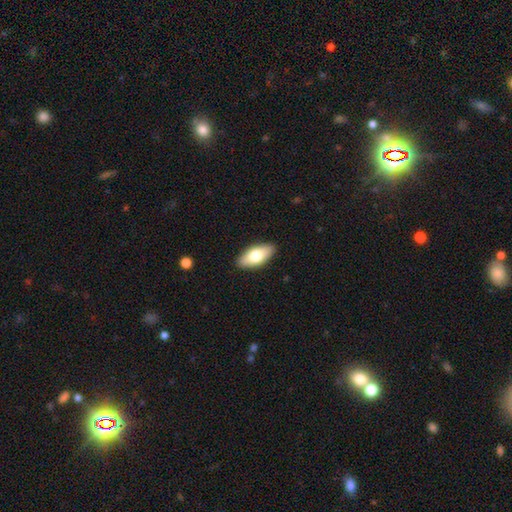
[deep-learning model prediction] smooth-or-featured: smooth: 72% | featured or disk: 22% | star or artifact: 6%
  how-rounded: in between: 87% | cigar-shaped: 11% | round: 3%
  merging: none: 89% | minor disturbance: 8% | major disturbance: 2% | merger: 1%